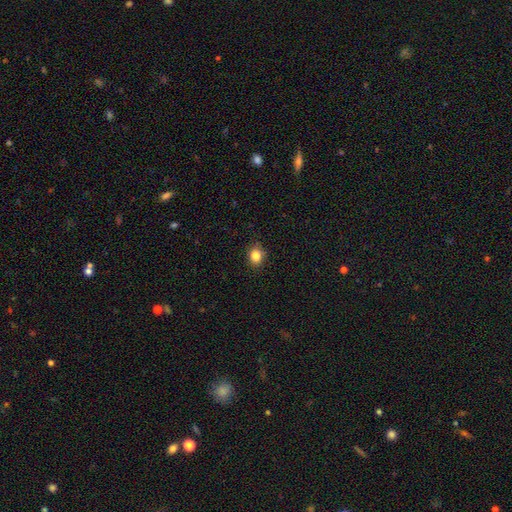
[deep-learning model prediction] A smooth galaxy with no disk features (84%) that is round (67%).

Vote fractions:
- Smooth or featured? smooth: 84% / star or artifact: 11% / featured or disk: 5%
- How rounded? round: 67% / in between: 32% / cigar-shaped: 1%
- Merging? none: 85% / minor disturbance: 12% / major disturbance: 2% / merger: 1%